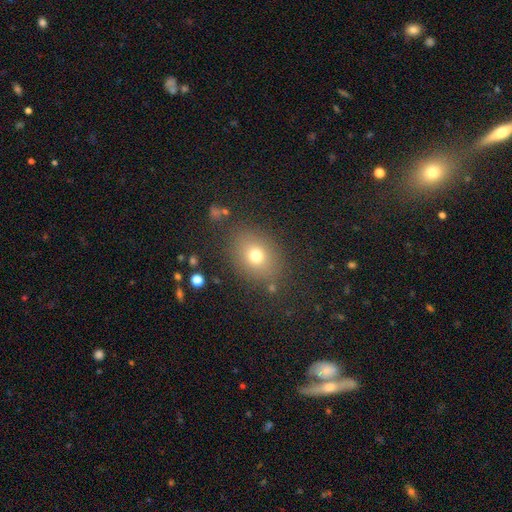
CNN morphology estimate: Smooth or featured?
  - smooth: 73% *
  - star or artifact: 15%
  - featured or disk: 12%
How rounded?
  - in between: 52% *
  - round: 46%
  - cigar-shaped: 1%
Merging?
  - none: 82% *
  - minor disturbance: 11%
  - major disturbance: 5%
  - merger: 3%